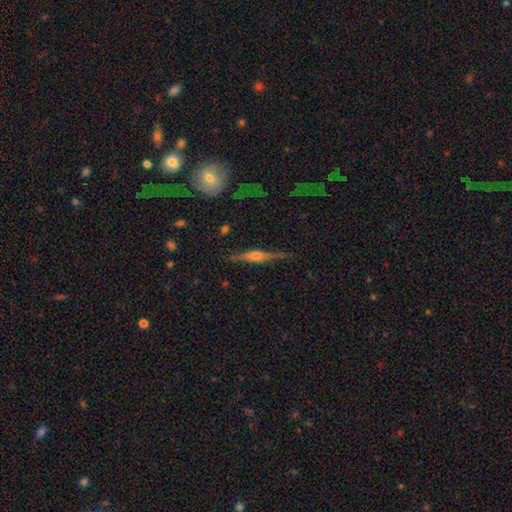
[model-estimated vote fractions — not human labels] This is likely a featured or disk galaxy (74%). It is clearly viewed edge-on (97%). Edge-on bulge: clearly rounded (82%). Merging: clearly none (86%).